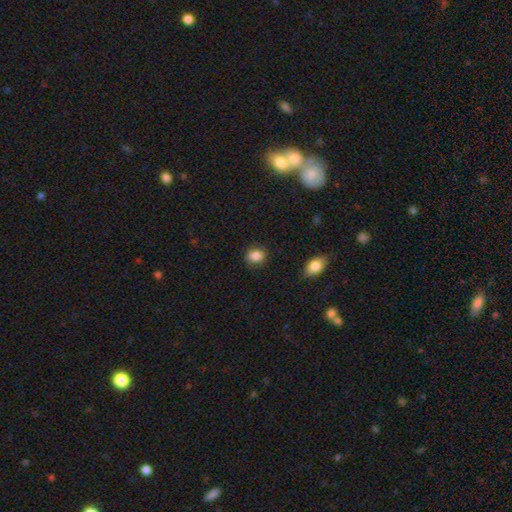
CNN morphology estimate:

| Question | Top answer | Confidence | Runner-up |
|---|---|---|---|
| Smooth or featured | smooth | 85% | star or artifact (8%) |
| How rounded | in between | 50% | round (49%) |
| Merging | none | 80% | minor disturbance (15%) |